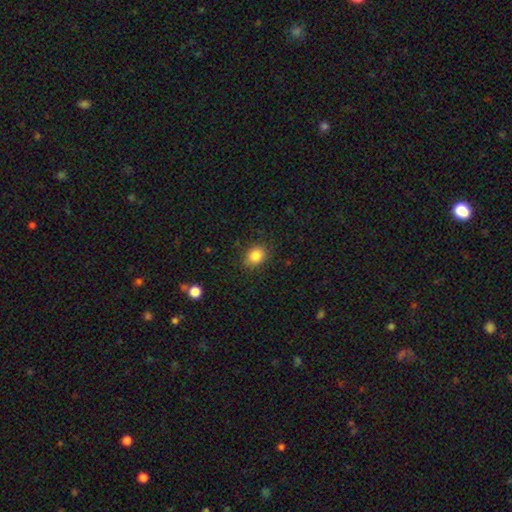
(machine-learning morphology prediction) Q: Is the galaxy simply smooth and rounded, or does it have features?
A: smooth — 84%.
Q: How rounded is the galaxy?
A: in between — 56%.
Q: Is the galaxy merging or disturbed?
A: none — 84%.